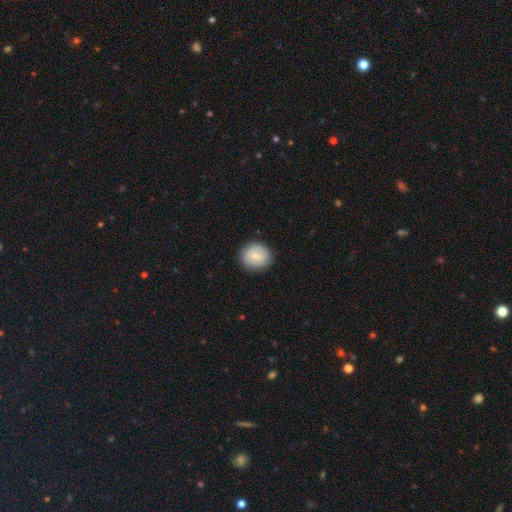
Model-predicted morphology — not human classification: Smooth or featured? smooth (75%)
How rounded? round (88%)
Merging? none (87%)